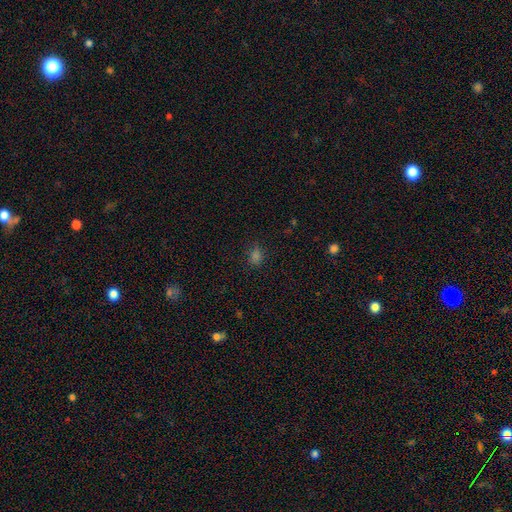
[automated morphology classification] smooth_or_featured: smooth (p=0.69) [alt: star or artifact p=0.25]
how_rounded: in between (p=0.57) [alt: round p=0.40]
merging: none (p=0.78) [alt: minor disturbance p=0.15]